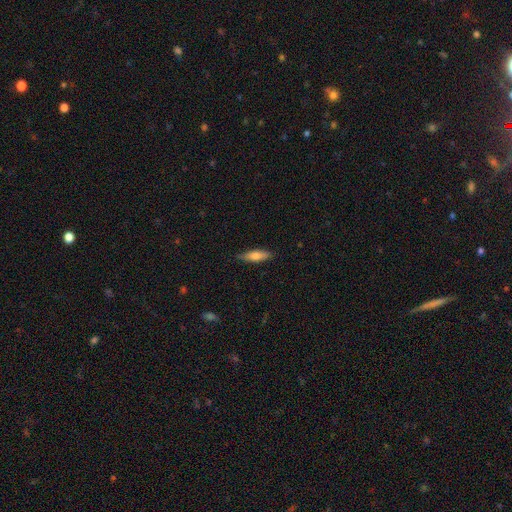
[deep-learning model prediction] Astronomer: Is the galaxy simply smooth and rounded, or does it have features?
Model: smooth — 67%.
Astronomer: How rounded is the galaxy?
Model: cigar-shaped — 64%.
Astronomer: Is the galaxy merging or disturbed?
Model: none — 86%.